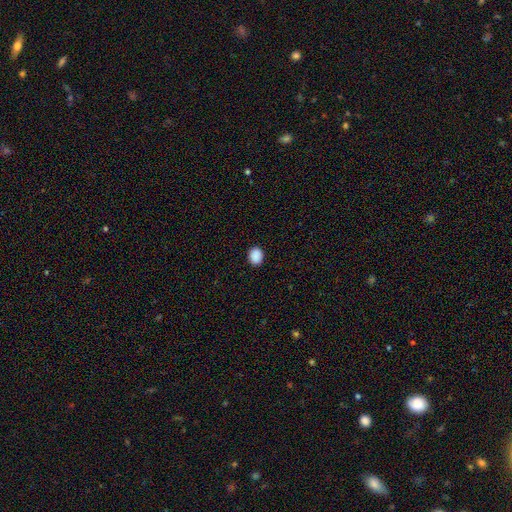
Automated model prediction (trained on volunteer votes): Smooth or featured? Predicted: smooth (p=0.90). How rounded? Predicted: round (p=0.50). Merging? Predicted: none (p=0.91).